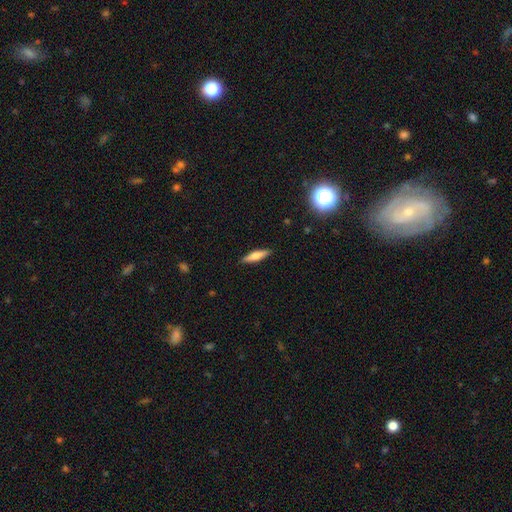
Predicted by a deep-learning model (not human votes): Q: Smooth or featured?
A: smooth (62%); runner-up: featured or disk (31%)
Q: How rounded?
A: cigar-shaped (76%); runner-up: in between (22%)
Q: Merging?
A: none (89%); runner-up: minor disturbance (8%)